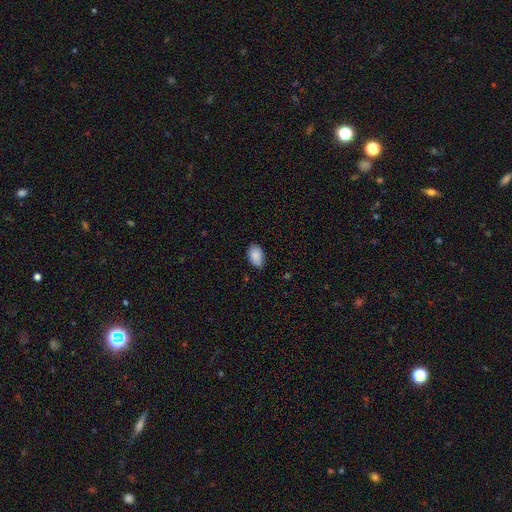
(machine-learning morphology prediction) A smooth galaxy with no disk features (87%) that is in between round and cigar-shaped (91%). Merging: none (80%).